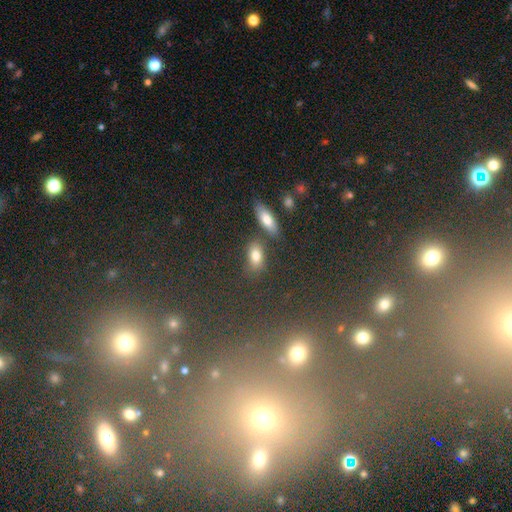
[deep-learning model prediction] This is likely a smooth galaxy (79%). How rounded: clearly in between (83%). Merging: likely none (71%).